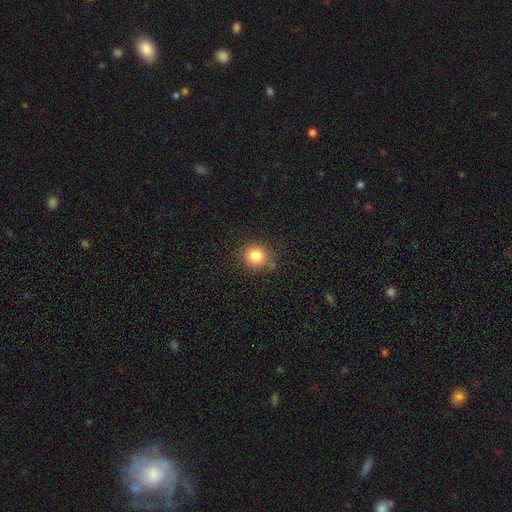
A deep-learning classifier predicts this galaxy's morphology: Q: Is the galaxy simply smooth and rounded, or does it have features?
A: smooth — 84%.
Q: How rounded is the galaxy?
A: round — 86%.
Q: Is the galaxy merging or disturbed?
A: none — 82%.